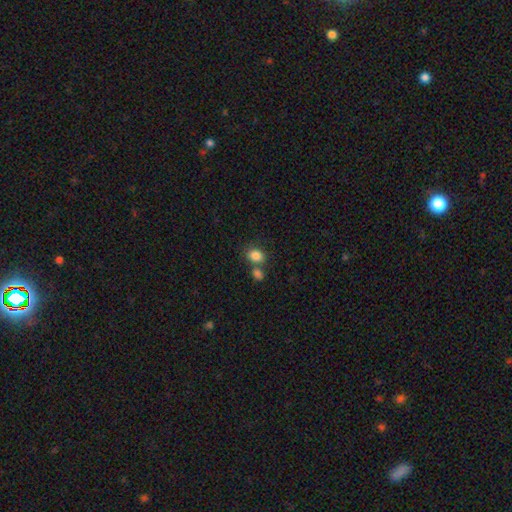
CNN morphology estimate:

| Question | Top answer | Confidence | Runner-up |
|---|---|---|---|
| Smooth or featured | smooth | 85% | star or artifact (10%) |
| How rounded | in between | 55% | round (44%) |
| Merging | none | 54% | merger (31%) |